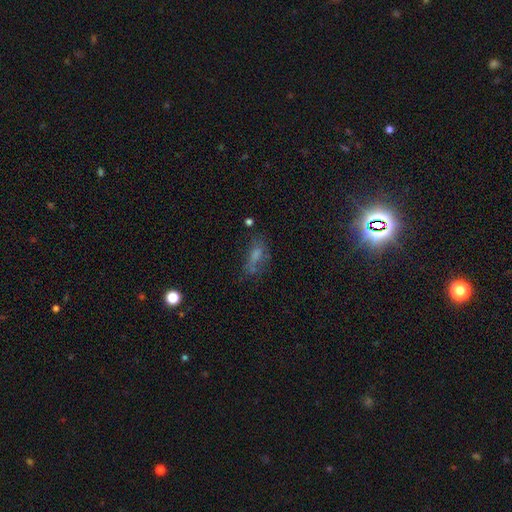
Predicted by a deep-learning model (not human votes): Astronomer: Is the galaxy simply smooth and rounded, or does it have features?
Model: smooth — 54%.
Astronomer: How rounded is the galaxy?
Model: in between — 73%.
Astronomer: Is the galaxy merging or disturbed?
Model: none — 47% (runner-up: minor disturbance, 23%).